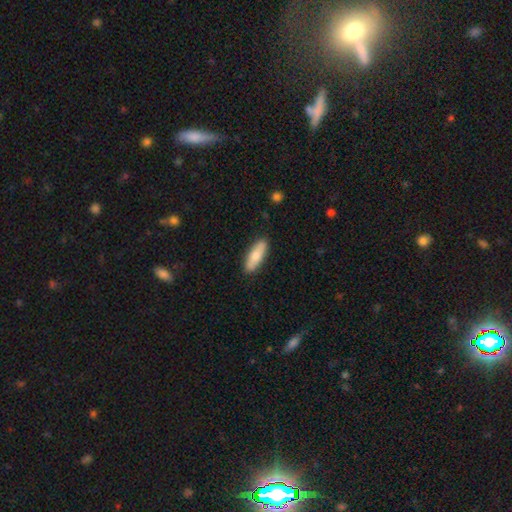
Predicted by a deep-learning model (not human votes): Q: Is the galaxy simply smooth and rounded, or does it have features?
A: smooth — 75%.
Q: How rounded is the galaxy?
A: in between — 56%.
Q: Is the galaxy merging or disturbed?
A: none — 86%.